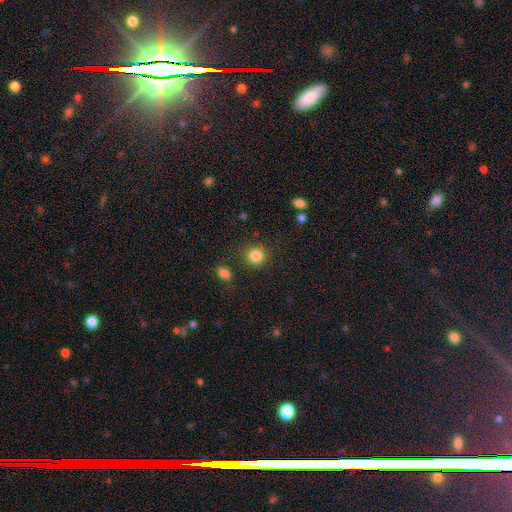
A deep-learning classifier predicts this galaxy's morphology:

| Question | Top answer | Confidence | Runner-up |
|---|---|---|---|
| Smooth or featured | smooth | 85% | star or artifact (11%) |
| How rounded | round | 90% | in between (9%) |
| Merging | none | 85% | minor disturbance (8%) |